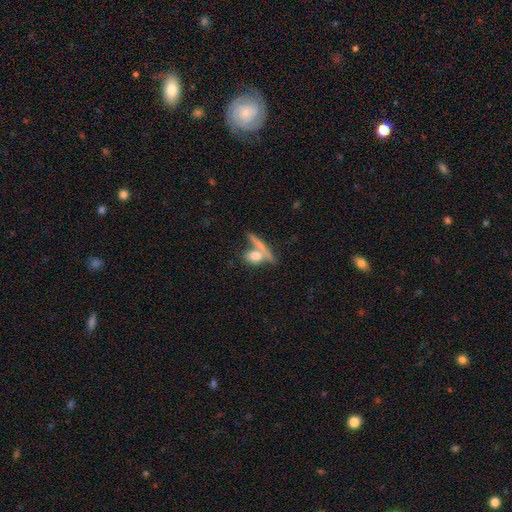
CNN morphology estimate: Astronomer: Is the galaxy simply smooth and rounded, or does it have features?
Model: smooth — 69%.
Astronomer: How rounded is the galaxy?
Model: in between — 43% (runner-up: round, 29%).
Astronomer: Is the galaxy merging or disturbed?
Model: none — 41%, tied with merger at 41%.